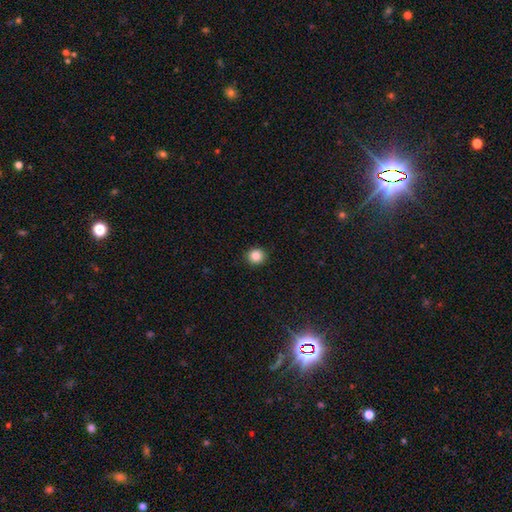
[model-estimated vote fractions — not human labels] This is clearly a smooth galaxy (86%). How rounded: clearly round (91%). Merging: clearly none (92%).